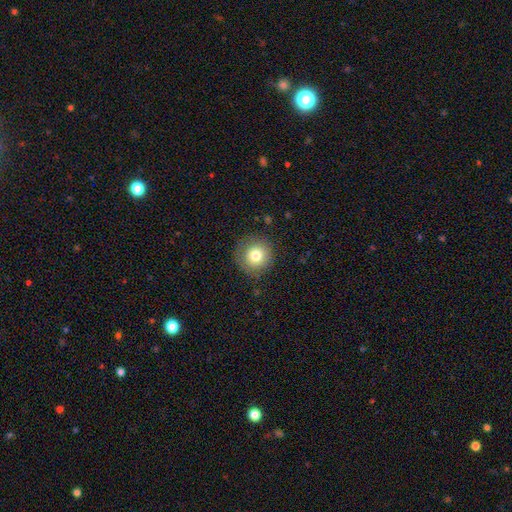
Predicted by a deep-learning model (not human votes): Q: Smooth or featured?
A: smooth (78%); runner-up: featured or disk (12%)
Q: How rounded?
A: round (94%); runner-up: in between (5%)
Q: Merging?
A: none (85%); runner-up: minor disturbance (10%)